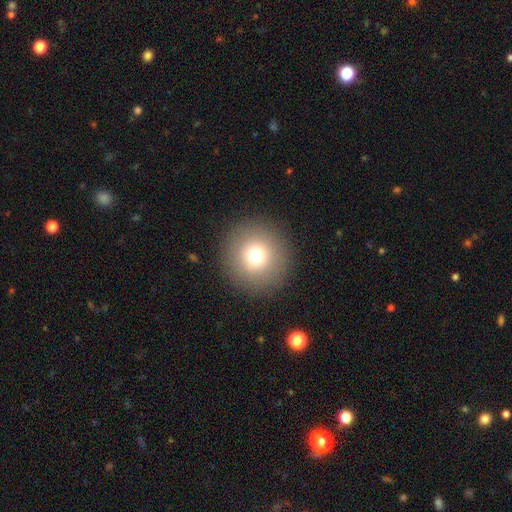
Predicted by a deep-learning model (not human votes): A smooth galaxy with no disk features (73%) that is round (96%).

Vote fractions:
- Smooth or featured? smooth: 73% / star or artifact: 15% / featured or disk: 12%
- How rounded? round: 96% / in between: 3% / cigar-shaped: 1%
- Merging? none: 91% / minor disturbance: 5% / major disturbance: 3% / merger: 1%